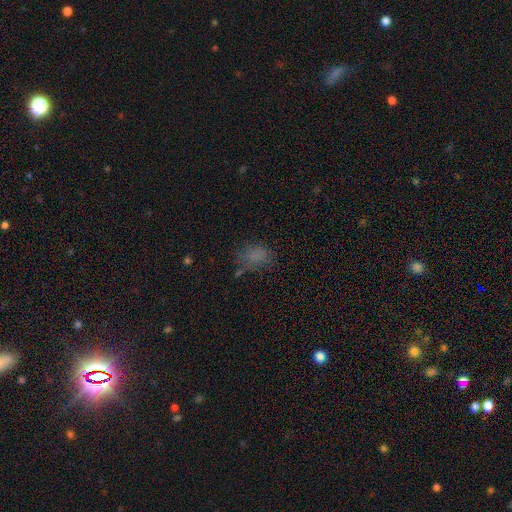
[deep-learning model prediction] Smooth or featured?
  - smooth: 71% *
  - star or artifact: 18%
  - featured or disk: 12%
How rounded?
  - in between: 70% *
  - round: 28%
  - cigar-shaped: 2%
Merging?
  - none: 54% *
  - minor disturbance: 24%
  - major disturbance: 16%
  - merger: 5%